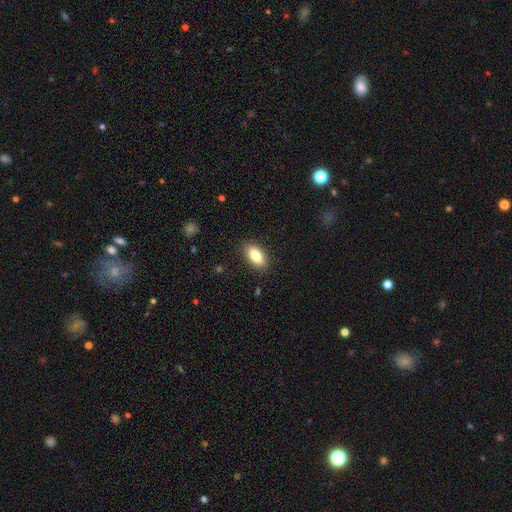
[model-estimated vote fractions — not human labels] Overall: smooth (85%). How rounded: in between (90%). Merging: none (88%).